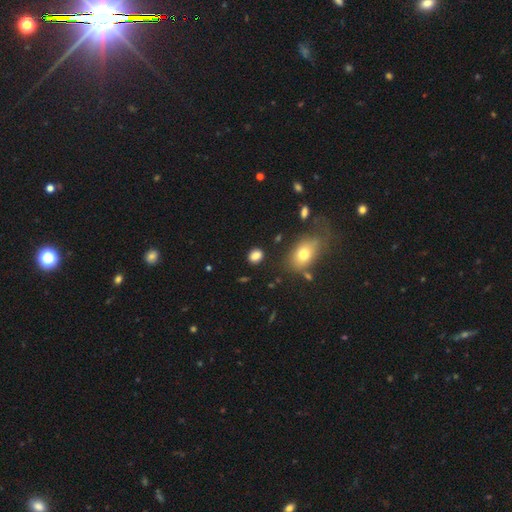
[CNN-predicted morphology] Q: Smooth or featured?
A: smooth (83%); runner-up: star or artifact (11%)
Q: How rounded?
A: in between (55%); runner-up: round (43%)
Q: Merging?
A: none (82%); runner-up: minor disturbance (11%)